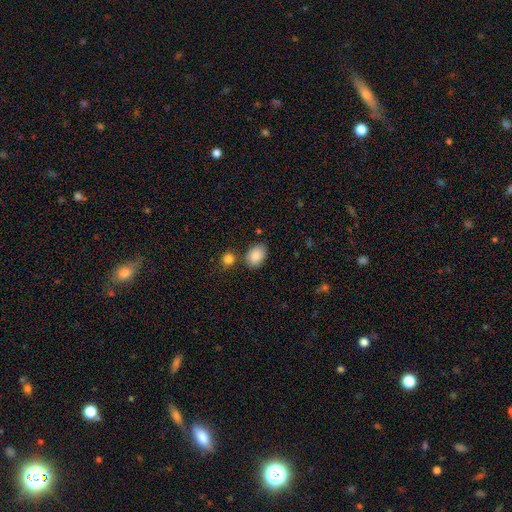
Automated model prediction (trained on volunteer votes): Smooth or featured? Predicted: smooth (p=0.88). How rounded? Predicted: in between (p=0.81). Merging? Predicted: none (p=0.72).